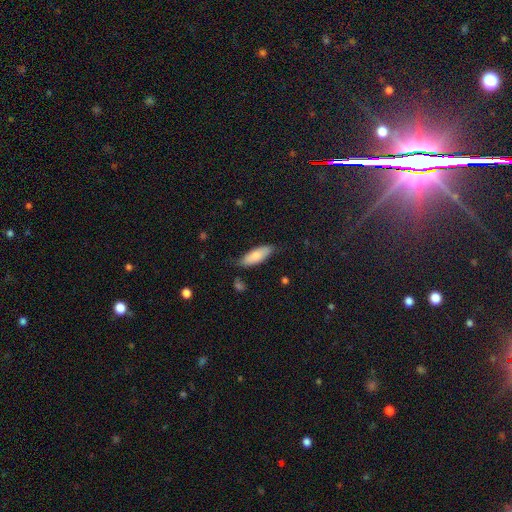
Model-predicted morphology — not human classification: Q: Smooth or featured?
A: smooth (80%); runner-up: featured or disk (14%)
Q: How rounded?
A: in between (66%); runner-up: cigar-shaped (32%)
Q: Merging?
A: none (74%); runner-up: minor disturbance (20%)